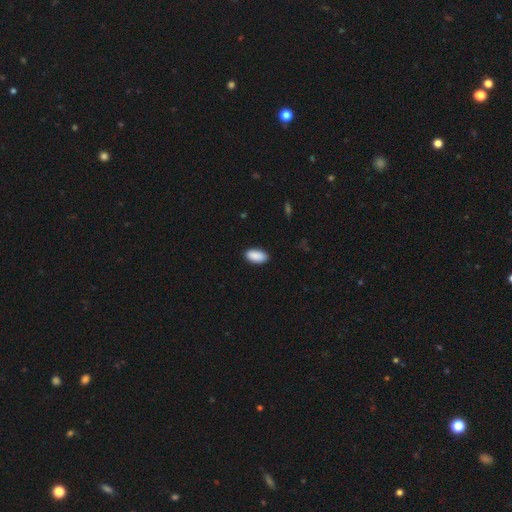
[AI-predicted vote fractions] Smooth or featured?
  - smooth: 91% *
  - star or artifact: 6%
  - featured or disk: 3%
How rounded?
  - in between: 94% *
  - cigar-shaped: 4%
  - round: 2%
Merging?
  - none: 88% *
  - minor disturbance: 9%
  - major disturbance: 2%
  - merger: 1%